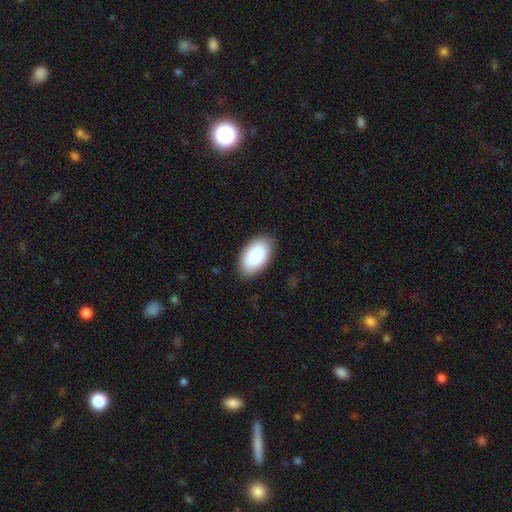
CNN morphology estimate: This is clearly a smooth galaxy (89%). How rounded: clearly in between (96%). Merging: clearly none (87%).